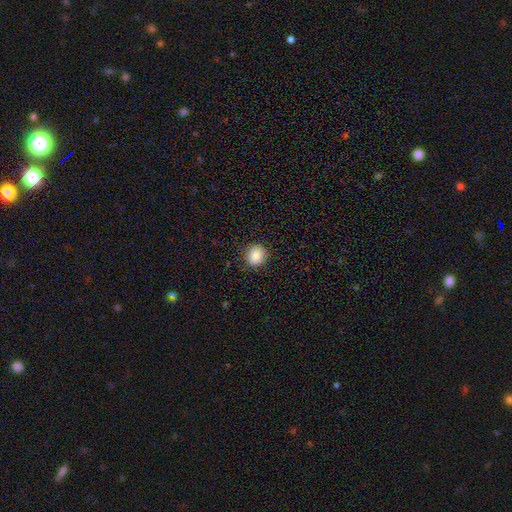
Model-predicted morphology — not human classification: Overall: smooth (87%). How rounded: round (81%). Merging: none (88%).